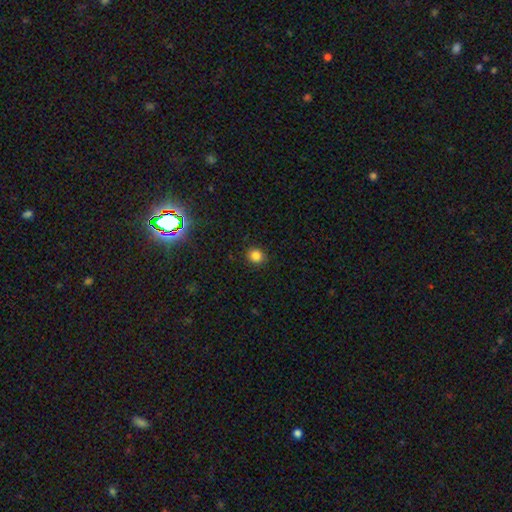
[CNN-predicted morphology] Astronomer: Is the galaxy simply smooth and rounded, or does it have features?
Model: smooth — 83%.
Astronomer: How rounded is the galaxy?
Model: round — 80%.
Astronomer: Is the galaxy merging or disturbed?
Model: none — 91%.